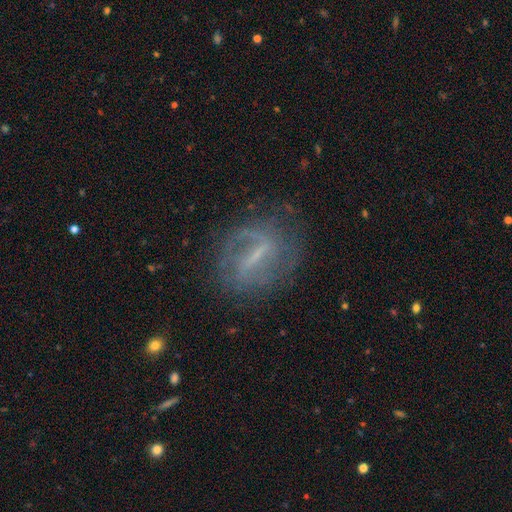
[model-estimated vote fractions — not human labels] The model was most divided on "spiral winding": medium: 39%, loose: 31%, tight: 29%. Remaining: edge-on disk — no (93%); spiral arms — yes (80%); smooth or featured — featured or disk (76%); merging — none (70%); spiral arm count — 2 (60%); bar — strong (55%); bulge size — small (46%).